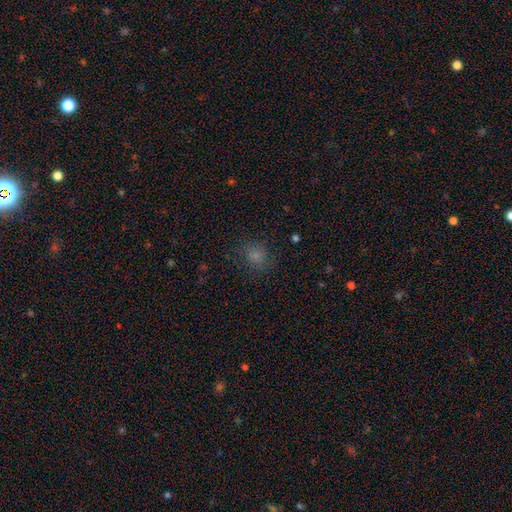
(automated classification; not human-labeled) smooth_or_featured: smooth (p=0.74) [alt: star or artifact p=0.17]
how_rounded: round (p=0.79) [alt: in between p=0.20]
merging: none (p=0.77) [alt: minor disturbance p=0.15]